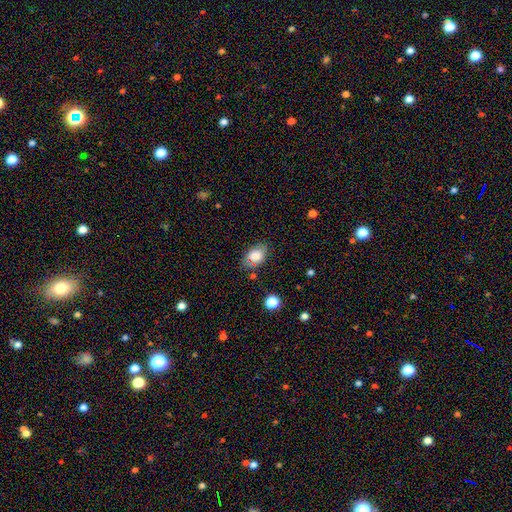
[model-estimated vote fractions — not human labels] Smooth or featured? Predicted: smooth (p=0.79). How rounded? Predicted: in between (p=0.81). Merging? Predicted: none (p=0.75).